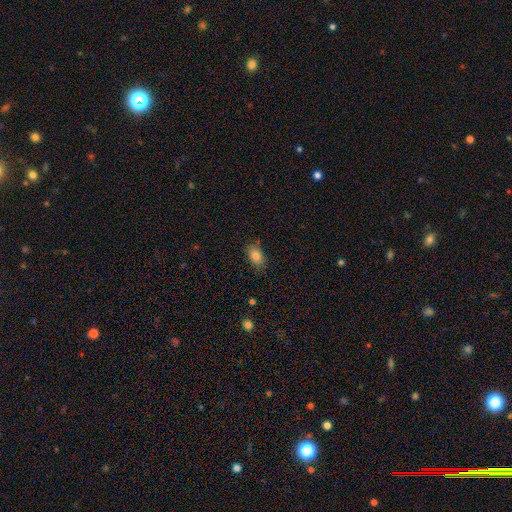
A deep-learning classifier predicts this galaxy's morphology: Smooth or featured? smooth (83%)
How rounded? in between (87%)
Merging? none (81%)